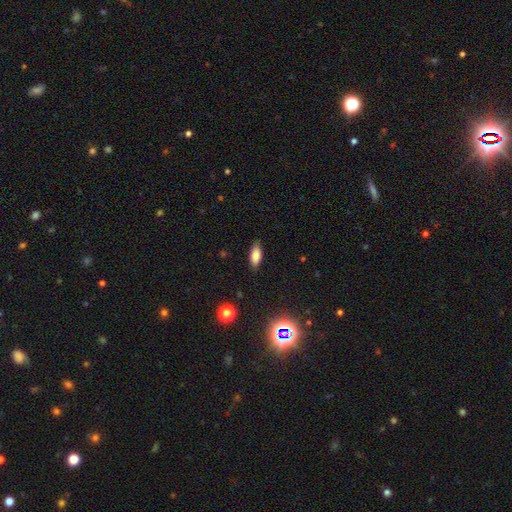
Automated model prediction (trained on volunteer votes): The model was most divided on "how rounded": in between: 79%, cigar-shaped: 18%, round: 3%. More confident: merging — none (84%); smooth or featured — smooth (81%).